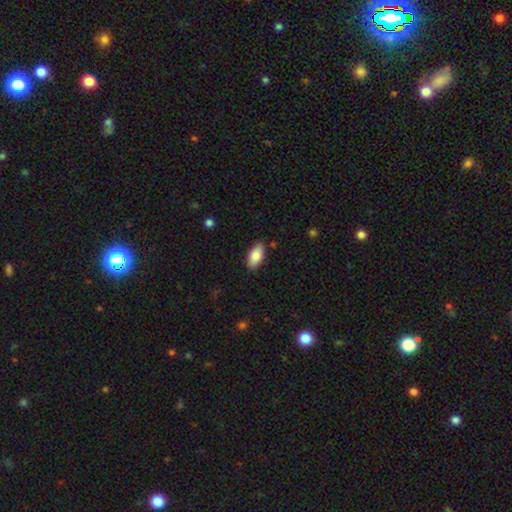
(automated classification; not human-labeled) Smooth or featured? smooth (83%)
How rounded? in between (90%)
Merging? none (88%)